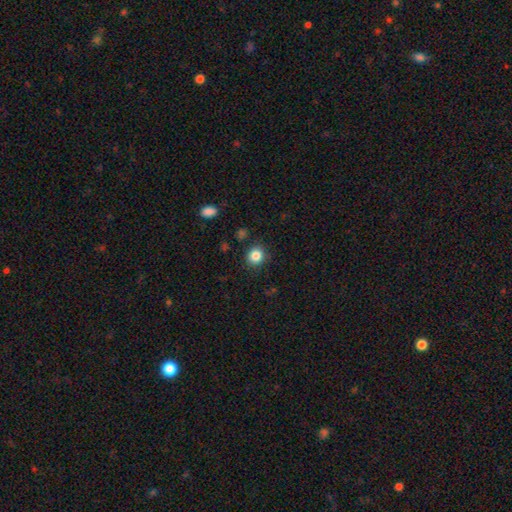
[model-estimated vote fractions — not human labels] Smooth or featured?
  - smooth: 84% *
  - star or artifact: 11%
  - featured or disk: 5%
How rounded?
  - round: 80% *
  - in between: 19%
  - cigar-shaped: 1%
Merging?
  - none: 88% *
  - minor disturbance: 8%
  - major disturbance: 2%
  - merger: 2%